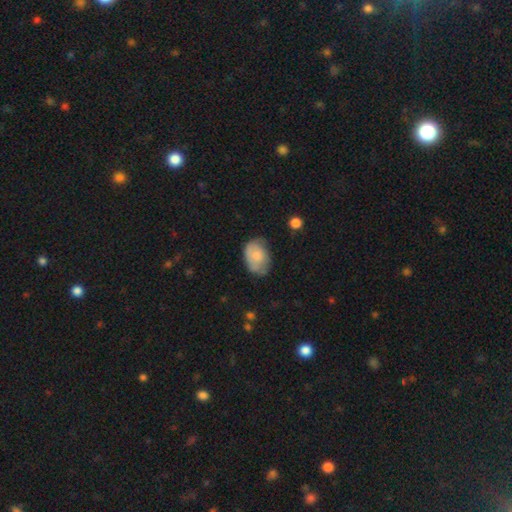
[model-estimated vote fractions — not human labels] Morphology: type=smooth (67%); roundness=in between (82%); merging=none (54%).